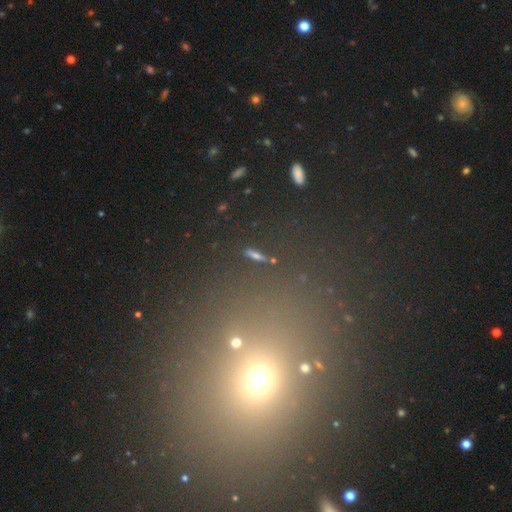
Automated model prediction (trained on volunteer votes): Smooth or featured? star or artifact (51%)